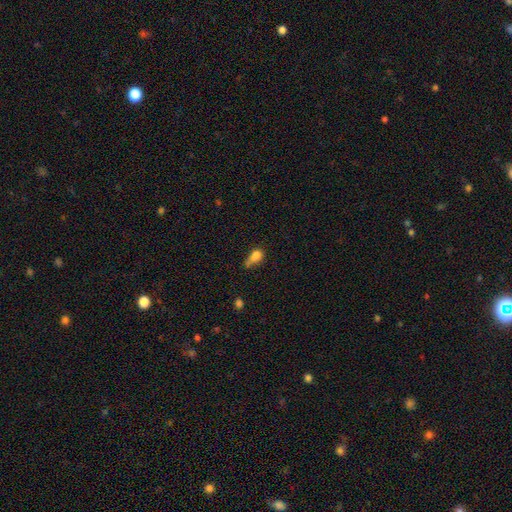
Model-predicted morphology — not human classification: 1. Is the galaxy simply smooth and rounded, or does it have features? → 75% smooth, 13% featured or disk, 12% star or artifact.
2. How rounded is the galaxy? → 71% in between, 22% round, 7% cigar-shaped.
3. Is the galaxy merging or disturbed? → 29% minor disturbance, 27% none, 23% major disturbance, 21% merger.